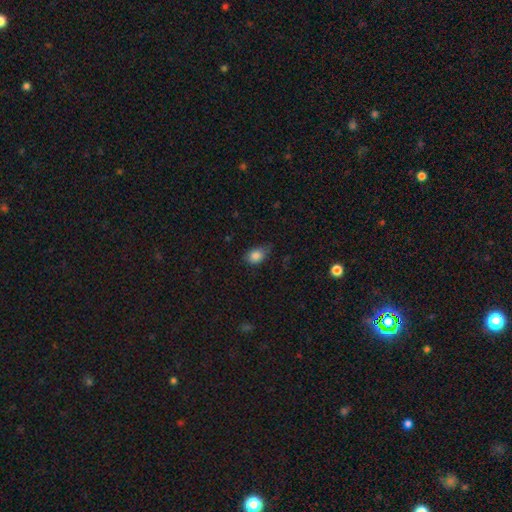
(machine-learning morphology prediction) A smooth galaxy with no disk features (85%) that is in between round and cigar-shaped (76%). Merging: none (58%).